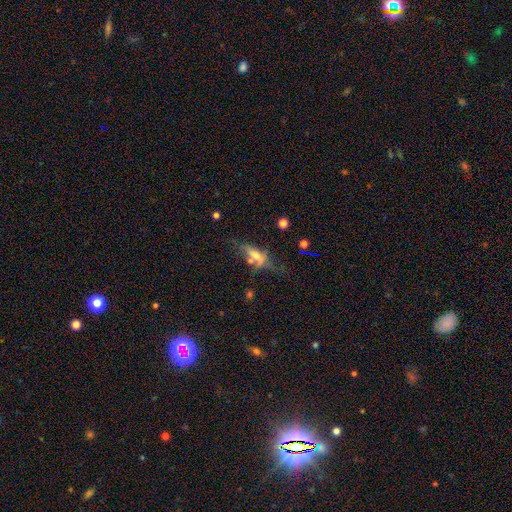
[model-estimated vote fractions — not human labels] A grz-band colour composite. It shows a featured or disk galaxy (50%) viewed edge-on (69%). Merging: none (49%).